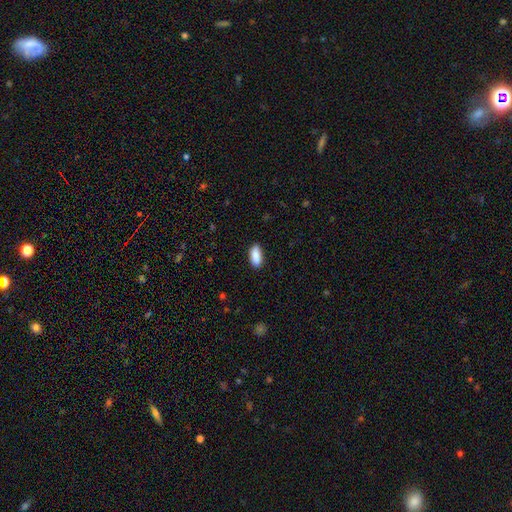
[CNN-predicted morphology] Q: Smooth or featured?
A: smooth (89%); runner-up: star or artifact (7%)
Q: How rounded?
A: in between (87%); runner-up: cigar-shaped (11%)
Q: Merging?
A: none (85%); runner-up: minor disturbance (12%)